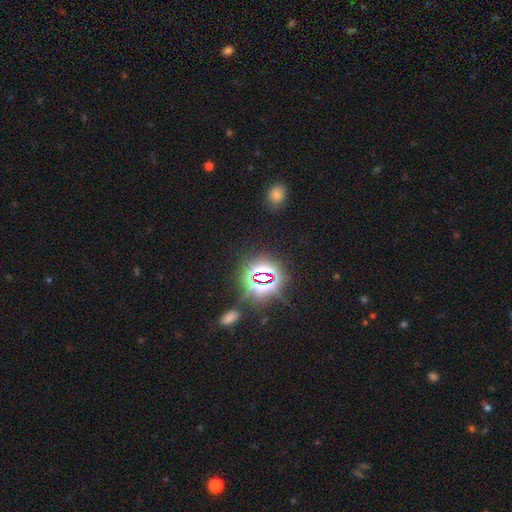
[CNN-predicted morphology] Overall: star or artifact (78%).